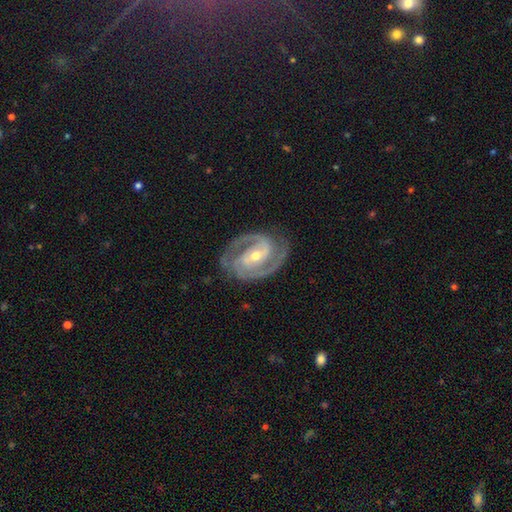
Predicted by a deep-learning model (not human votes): smooth-or-featured: featured or disk: 93% | star or artifact: 4% | smooth: 3%
  disk-edge-on: no: 97% | yes: 3%
    bar: weak: 37% | strong: 32% | no: 31%
    has-spiral-arms: yes: 98% | no: 2%
      spiral-winding: tight: 53% | medium: 42% | loose: 5%
      spiral-arm-count: 2: 88% | 3: 6% | can't tell: 3% | 1: 1% | 4: 1% | more than 4: 1%
    bulge-size: moderate: 50% | small: 47% | large: 2% | none: 1% | dominant: 1%
  merging: none: 81% | minor disturbance: 13% | major disturbance: 4% | merger: 1%